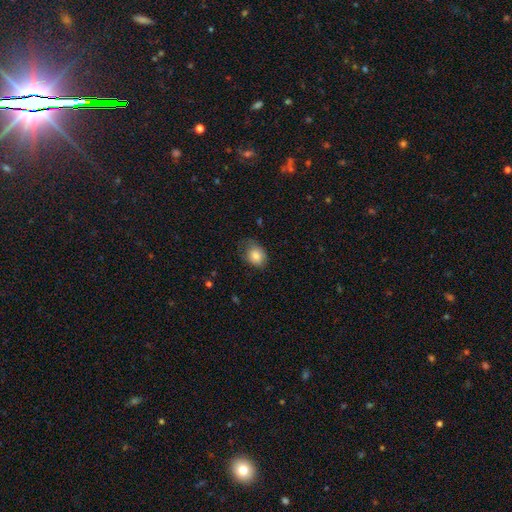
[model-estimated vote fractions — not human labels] Smooth or featured?
  - smooth: 81% *
  - featured or disk: 10%
  - star or artifact: 8%
How rounded?
  - in between: 59% *
  - round: 40%
  - cigar-shaped: 1%
Merging?
  - none: 54% *
  - minor disturbance: 31%
  - major disturbance: 14%
  - merger: 1%